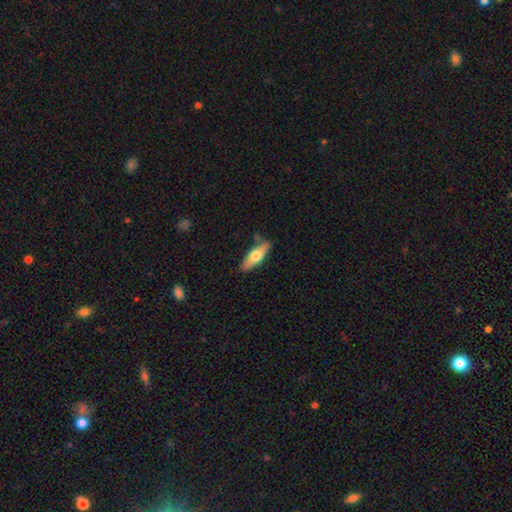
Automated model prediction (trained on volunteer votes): Smooth or featured? Predicted: smooth (p=0.64). How rounded? Predicted: in between (p=0.51). Merging? Predicted: none (p=0.78).